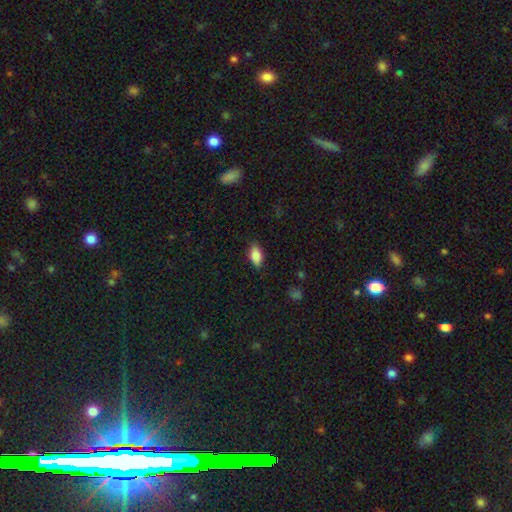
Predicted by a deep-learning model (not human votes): Smooth or featured?
  - smooth: 86% *
  - star or artifact: 8%
  - featured or disk: 6%
How rounded?
  - in between: 90% *
  - round: 5%
  - cigar-shaped: 5%
Merging?
  - none: 82% *
  - minor disturbance: 14%
  - major disturbance: 3%
  - merger: 1%